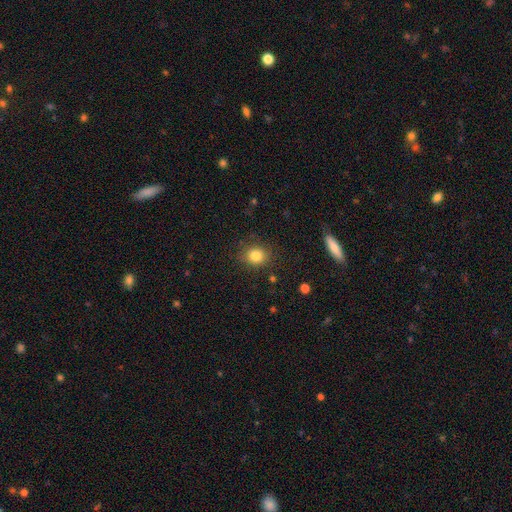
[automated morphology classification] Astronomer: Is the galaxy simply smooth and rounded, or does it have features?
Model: smooth — 83%.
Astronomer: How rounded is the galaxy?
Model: round — 70%.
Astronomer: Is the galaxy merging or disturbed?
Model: none — 84%.